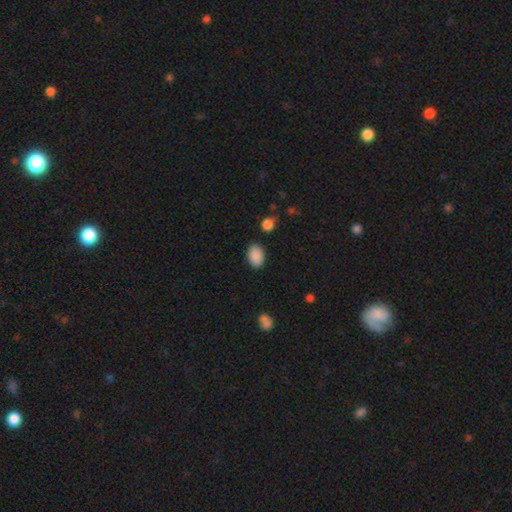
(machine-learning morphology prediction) smooth 89%, star or artifact 8%, featured or disk 3%. Down the decision tree: how rounded — in between (85%); merging — none (85%).